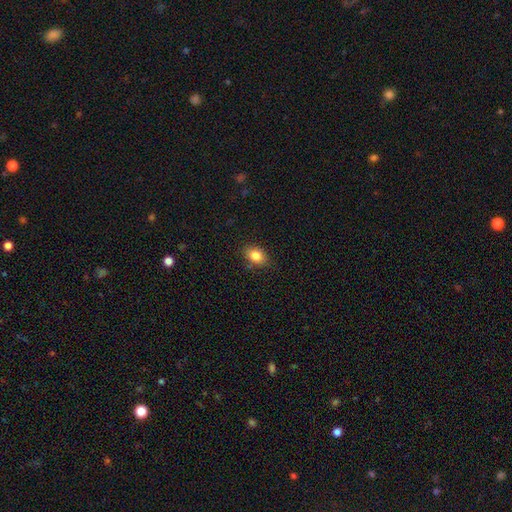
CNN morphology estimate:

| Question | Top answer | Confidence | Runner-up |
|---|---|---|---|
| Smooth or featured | smooth | 83% | star or artifact (9%) |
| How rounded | in between | 75% | round (23%) |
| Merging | none | 83% | minor disturbance (13%) |